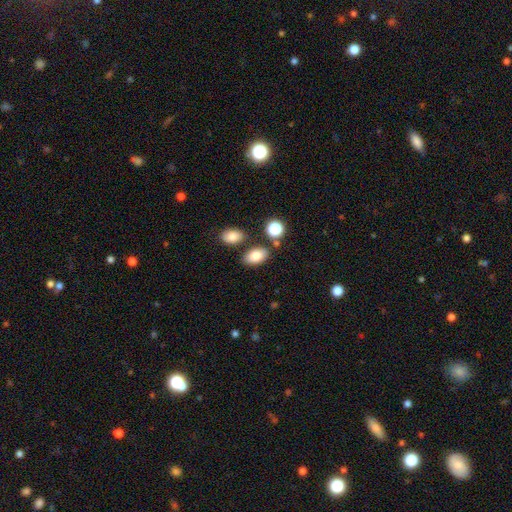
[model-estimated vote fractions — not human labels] A smooth galaxy with no disk features (82%) that is in between round and cigar-shaped (90%). Merging: none (77%).